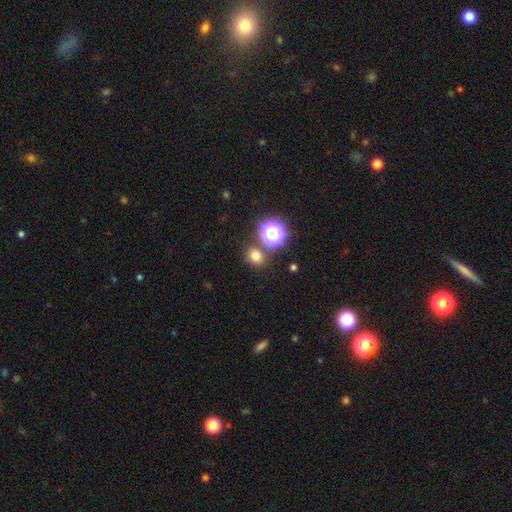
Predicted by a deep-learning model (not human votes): A smooth galaxy with no disk features (72%) that is round (74%). Merging: none (77%).